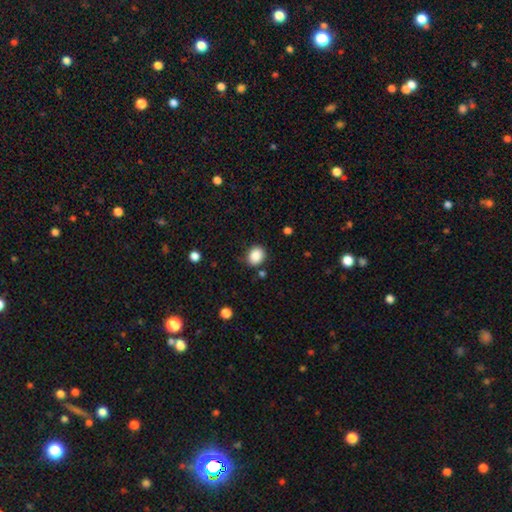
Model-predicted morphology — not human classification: Smooth or featured? smooth (88%)
How rounded? round (59%)
Merging? none (81%)